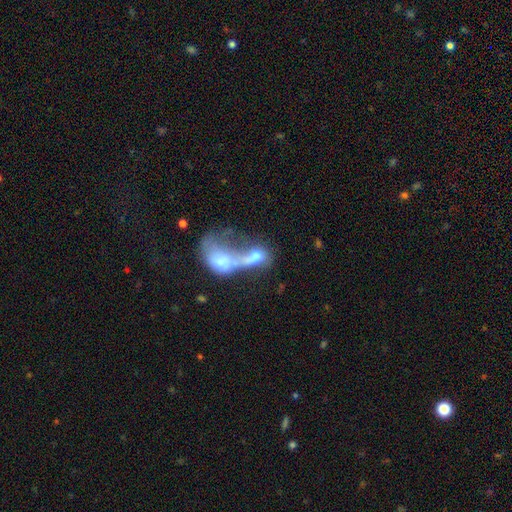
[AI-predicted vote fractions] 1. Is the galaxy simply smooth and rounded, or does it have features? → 54% smooth, 36% featured or disk, 10% star or artifact.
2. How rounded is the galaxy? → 69% in between, 23% round, 8% cigar-shaped.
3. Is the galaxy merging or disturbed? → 73% merger, 17% major disturbance, 6% none, 4% minor disturbance.